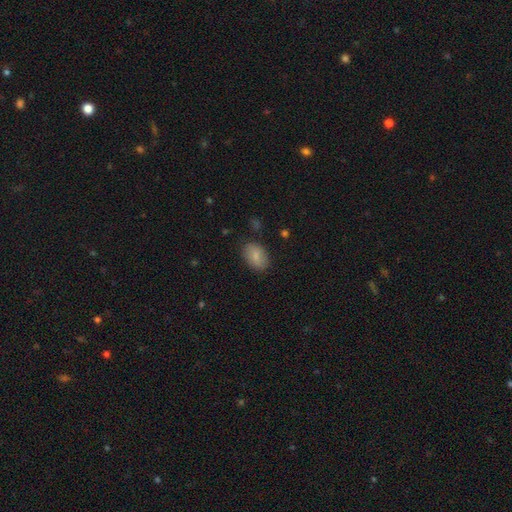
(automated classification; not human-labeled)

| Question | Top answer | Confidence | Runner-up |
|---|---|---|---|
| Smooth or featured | smooth | 82% | featured or disk (11%) |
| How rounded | in between | 88% | round (11%) |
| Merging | none | 83% | minor disturbance (13%) |